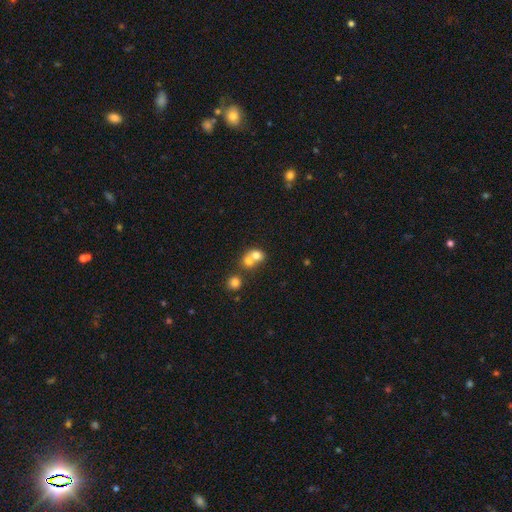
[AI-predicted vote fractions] smooth_or_featured: smooth (p=0.71) [alt: featured or disk p=0.18]
how_rounded: round (p=0.62) [alt: in between p=0.37]
merging: merger (p=0.67) [alt: none p=0.24]